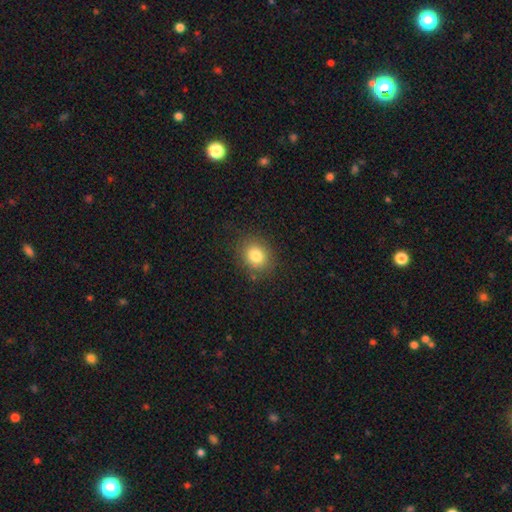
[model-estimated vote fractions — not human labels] A smooth galaxy with no disk features (81%) that is round (63%). Merging: none (85%).